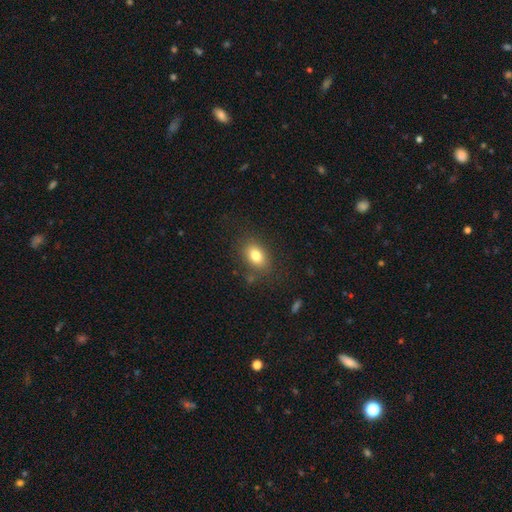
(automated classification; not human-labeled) Smooth or featured: smooth — 80% (featured or disk — 11%)
How rounded: in between — 80% (round — 19%)
Merging: none — 80% (minor disturbance — 13%)